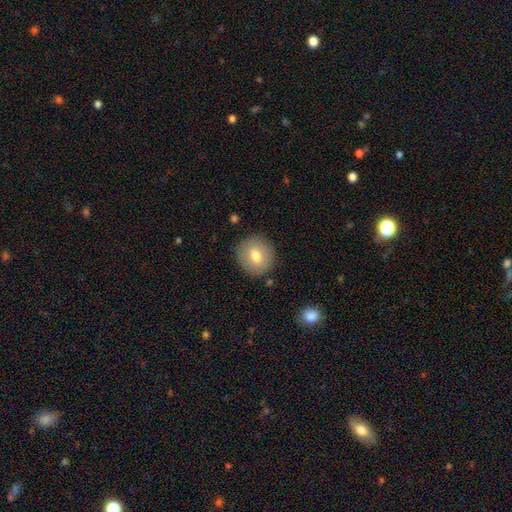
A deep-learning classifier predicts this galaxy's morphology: Smooth or featured?
  - smooth: 71% *
  - featured or disk: 21%
  - star or artifact: 8%
How rounded?
  - round: 89% *
  - in between: 10%
  - cigar-shaped: 1%
Merging?
  - none: 86% *
  - minor disturbance: 9%
  - major disturbance: 3%
  - merger: 2%